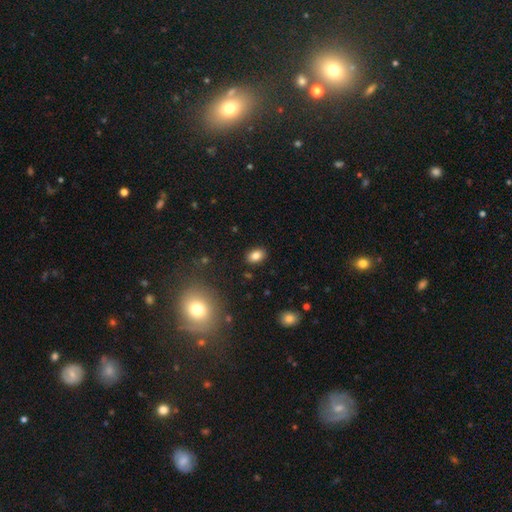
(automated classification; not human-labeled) smooth_or_featured: smooth (p=0.84) [alt: star or artifact p=0.10]
how_rounded: in between (p=0.78) [alt: round p=0.20]
merging: none (p=0.88) [alt: minor disturbance p=0.08]